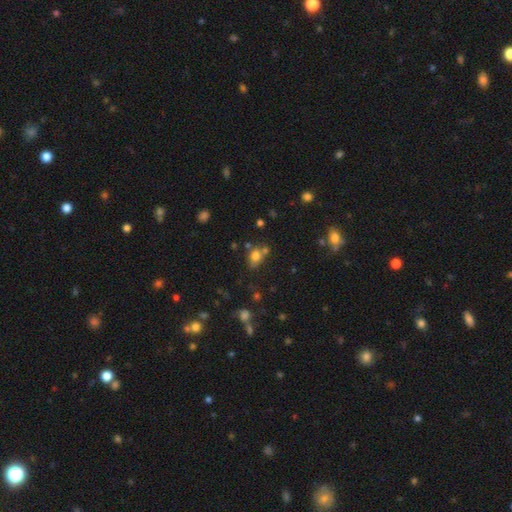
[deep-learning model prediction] smooth_or_featured: smooth (p=0.73) [alt: star or artifact p=0.15]
how_rounded: in between (p=0.51) [alt: round p=0.48]
merging: none (p=0.51) [alt: merger p=0.28]